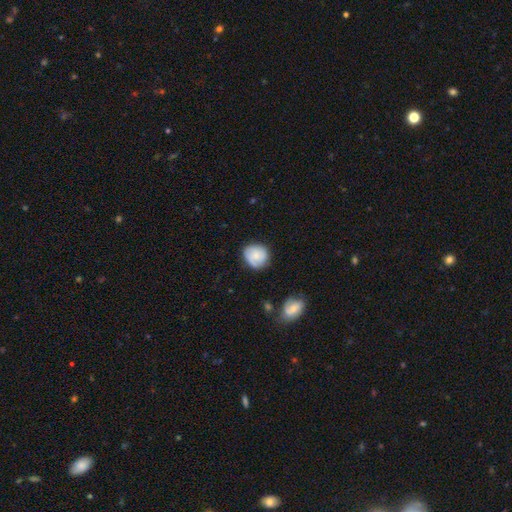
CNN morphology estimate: A smooth galaxy with no disk features (63%) that is round (80%). Merging: none (69%).